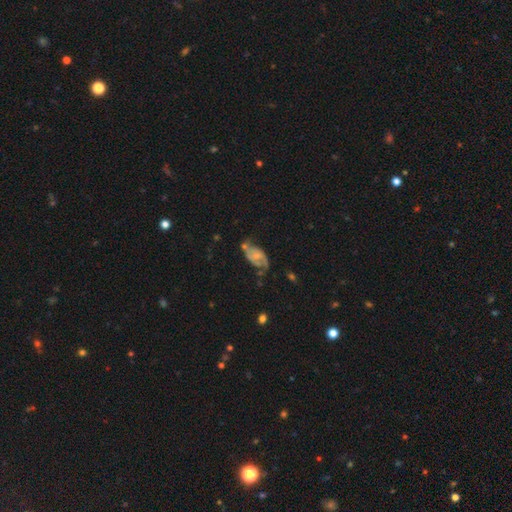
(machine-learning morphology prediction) A featured or disk galaxy (71%) with no bar (58%), 2 (80%) medium (44%) spiral arms (87%) and a small central bulge (53%).

Vote fractions:
- Smooth or featured? featured or disk: 71% / smooth: 22% / star or artifact: 7%
- Edge-on disk? no: 96% / yes: 4%
- Bar? no: 58% / weak: 34% / strong: 8%
- Spiral arms? yes: 87% / no: 13%
- Spiral winding? medium: 44% / loose: 35% / tight: 22%
- Spiral arm count? 2: 80% / can't tell: 10% / 1: 5% / 3: 2% / 4: 1% / more than 4: 1%
- Bulge size? small: 53% / moderate: 27% / none: 16% / large: 3% / dominant: 1%
- Merging? none: 44% / minor disturbance: 28% / major disturbance: 18% / merger: 10%